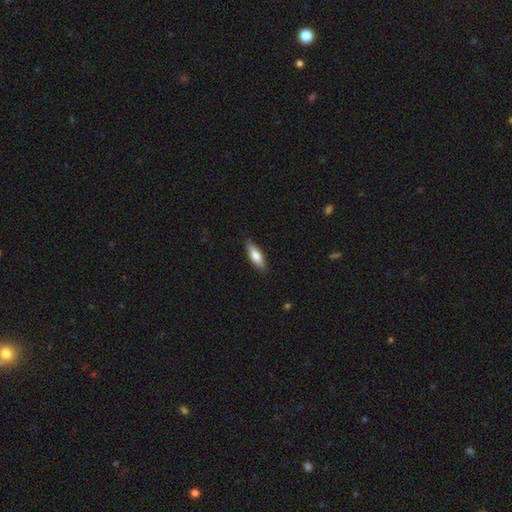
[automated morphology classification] Smooth or featured: smooth — 77% (featured or disk — 17%)
How rounded: in between — 57% (cigar-shaped — 41%)
Merging: none — 87% (minor disturbance — 10%)